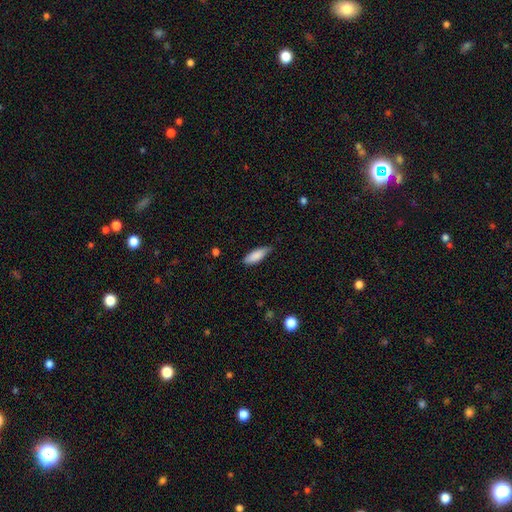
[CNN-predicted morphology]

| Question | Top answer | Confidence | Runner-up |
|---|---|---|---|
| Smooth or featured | smooth | 86% | featured or disk (8%) |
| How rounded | in between | 65% | cigar-shaped (33%) |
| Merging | none | 70% | minor disturbance (25%) |